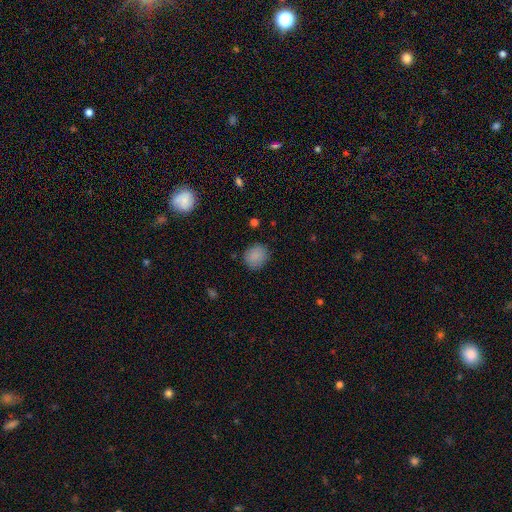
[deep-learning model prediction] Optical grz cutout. It shows a smooth galaxy with no disk features (87%) that is round (77%). Merging: none (85%).